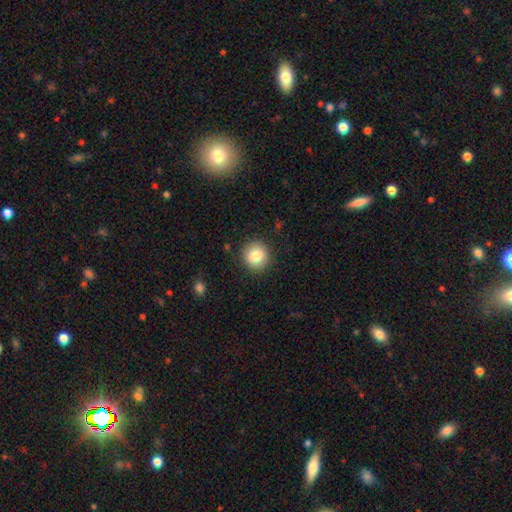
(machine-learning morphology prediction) Smooth or featured? smooth (84%)
How rounded? round (92%)
Merging? none (90%)